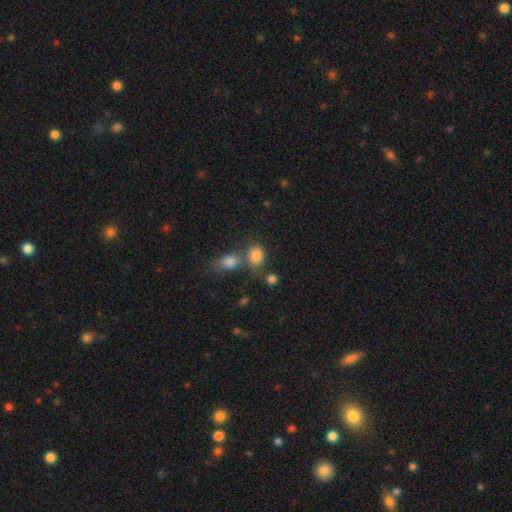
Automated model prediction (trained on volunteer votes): smooth-or-featured: smooth: 83% | star or artifact: 11% | featured or disk: 6%
  how-rounded: in between: 67% | round: 31% | cigar-shaped: 2%
  merging: none: 44% | merger: 37% | minor disturbance: 12% | major disturbance: 6%